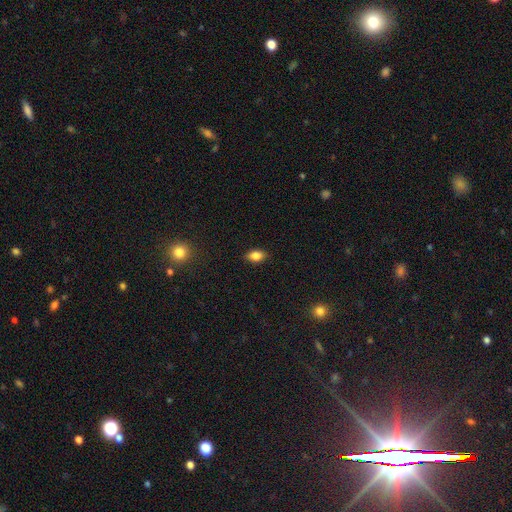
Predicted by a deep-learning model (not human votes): This appears to be a smooth galaxy with no disk features (83%) that is in between round and cigar-shaped (86%). Merging: none (87%).